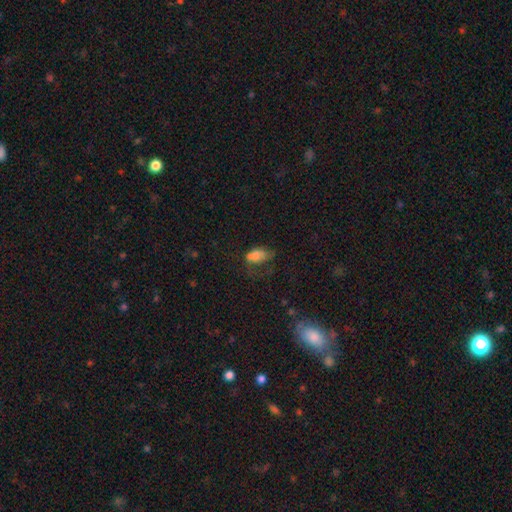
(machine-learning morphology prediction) Smooth or featured? Predicted: smooth (p=0.72). How rounded? Predicted: in between (p=0.90). Merging? Predicted: major disturbance (p=0.43).